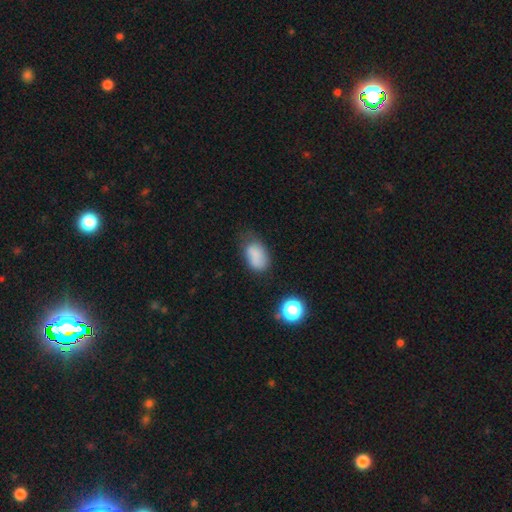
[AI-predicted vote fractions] The model was most divided on "merging": none: 49%, minor disturbance: 34%, major disturbance: 13%, merger: 4%. More confident: how rounded — in between (88%); smooth or featured — smooth (80%).